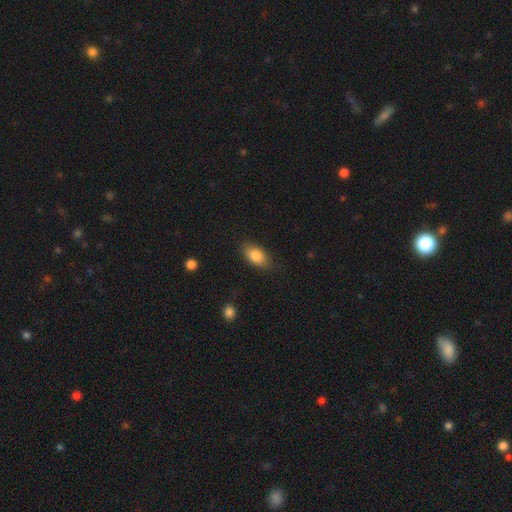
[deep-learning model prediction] The model was most divided on "merging": none: 84%, minor disturbance: 12%, major disturbance: 3%, merger: 1%. More confident: how rounded — in between (89%); smooth or featured — smooth (85%).